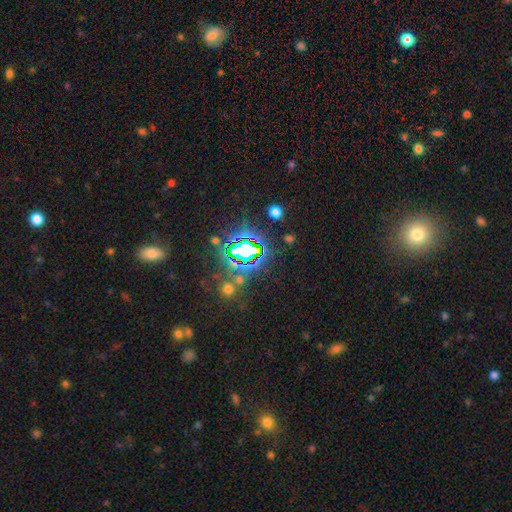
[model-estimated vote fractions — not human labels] A star or artifact, not a galaxy (79%).